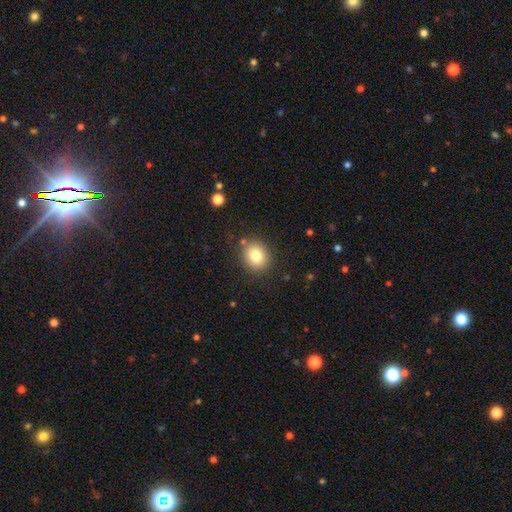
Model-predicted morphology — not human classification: type=smooth (80%); roundness=round (75%); merging=none (84%).